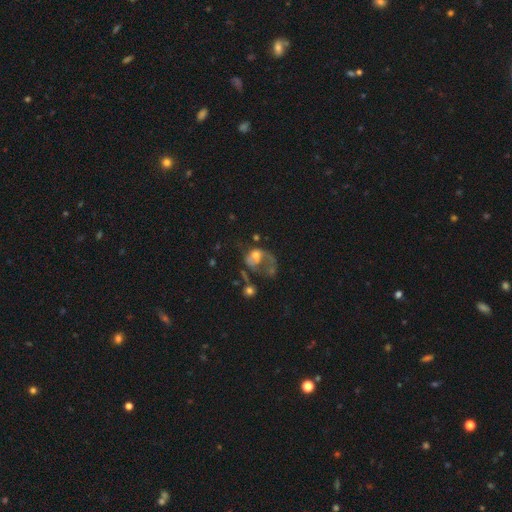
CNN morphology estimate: Smooth or featured? Predicted: featured or disk (p=0.49). Merging? Predicted: major disturbance (p=0.57).